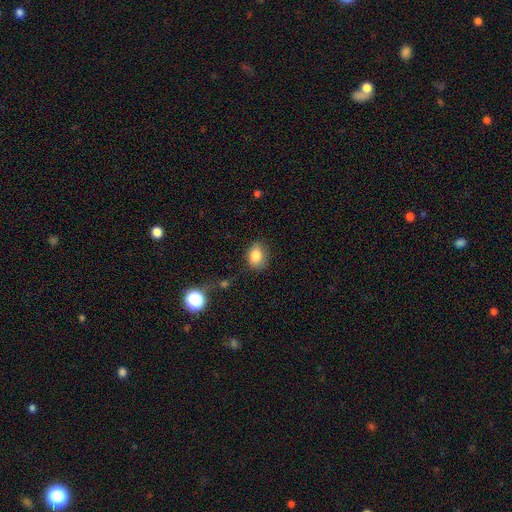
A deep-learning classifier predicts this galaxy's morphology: The model was most divided on "how rounded": in between: 66%, round: 33%, cigar-shaped: 1%. More confident: smooth or featured — smooth (83%); merging — none (72%).